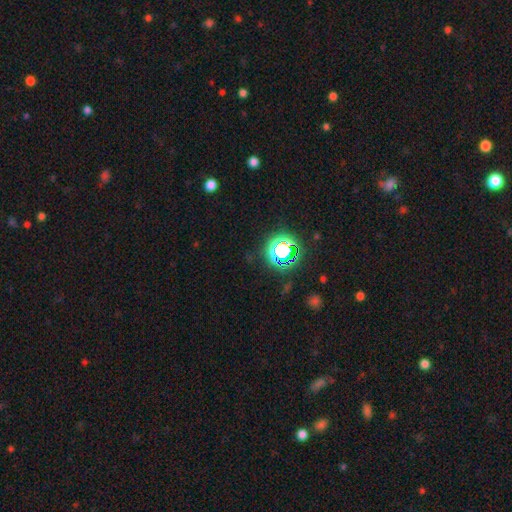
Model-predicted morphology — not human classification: Smooth or featured? star or artifact (76%)